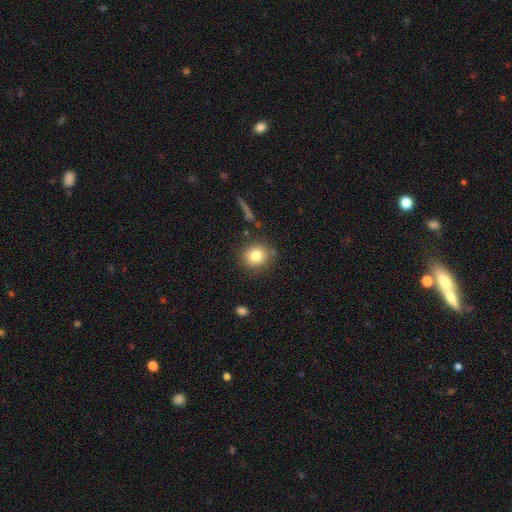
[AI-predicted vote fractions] Smooth or featured?
  - smooth: 80% *
  - star or artifact: 10%
  - featured or disk: 9%
How rounded?
  - round: 88% *
  - in between: 11%
  - cigar-shaped: 1%
Merging?
  - none: 84% *
  - minor disturbance: 9%
  - merger: 3%
  - major disturbance: 3%